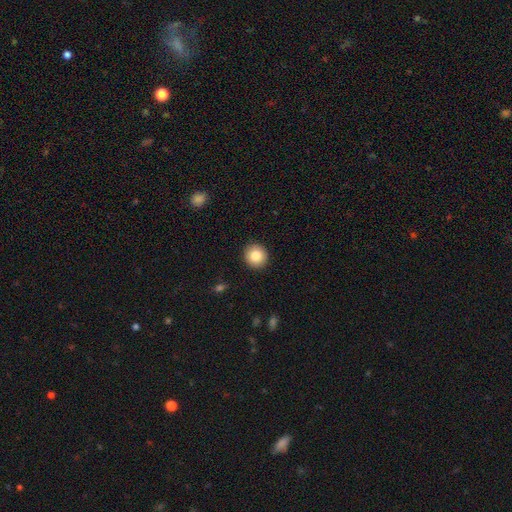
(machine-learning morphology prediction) Smooth or featured? smooth (84%)
How rounded? round (89%)
Merging? none (92%)